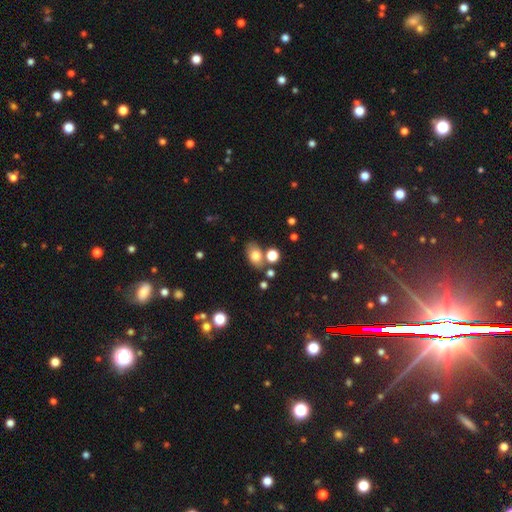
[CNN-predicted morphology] smooth_or_featured: smooth (p=0.77) [alt: featured or disk p=0.12]
how_rounded: in between (p=0.81) [alt: round p=0.17]
merging: none (p=0.68) [alt: minor disturbance p=0.14]